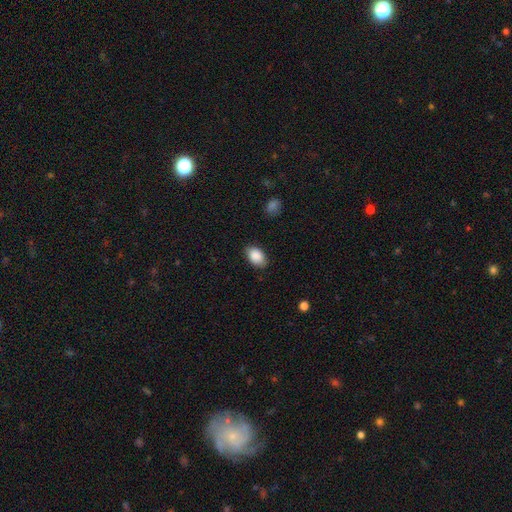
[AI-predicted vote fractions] smooth_or_featured: smooth (p=0.89) [alt: star or artifact p=0.07]
how_rounded: in between (p=0.88) [alt: round p=0.10]
merging: none (p=0.83) [alt: minor disturbance p=0.13]